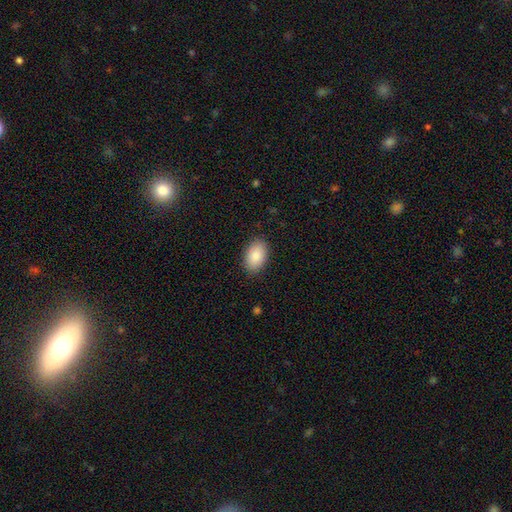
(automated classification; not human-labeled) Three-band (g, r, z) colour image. It shows a smooth galaxy with no disk features (89%) that is in between round and cigar-shaped (92%). Merging: none (87%).